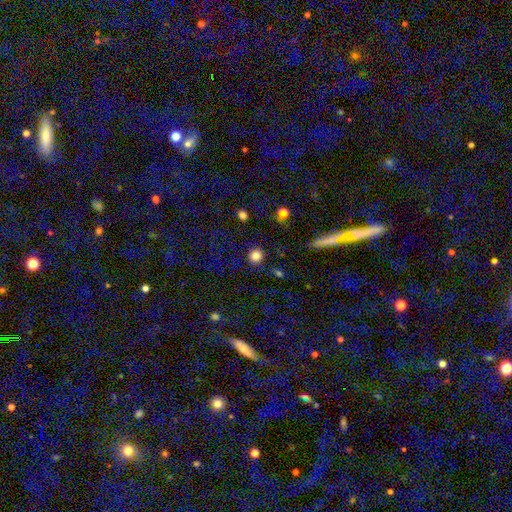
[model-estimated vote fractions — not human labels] A smooth galaxy with no disk features (83%) that is round (91%). Merging: none (87%).